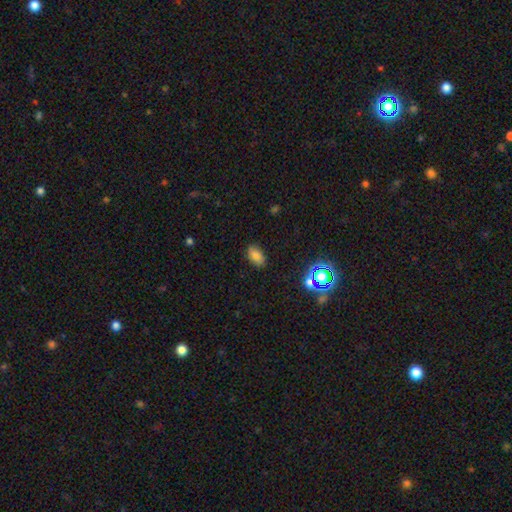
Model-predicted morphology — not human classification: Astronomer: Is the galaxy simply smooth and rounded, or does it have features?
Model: smooth — 79%.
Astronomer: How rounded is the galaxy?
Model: in between — 90%.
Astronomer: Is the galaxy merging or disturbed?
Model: none — 85%.